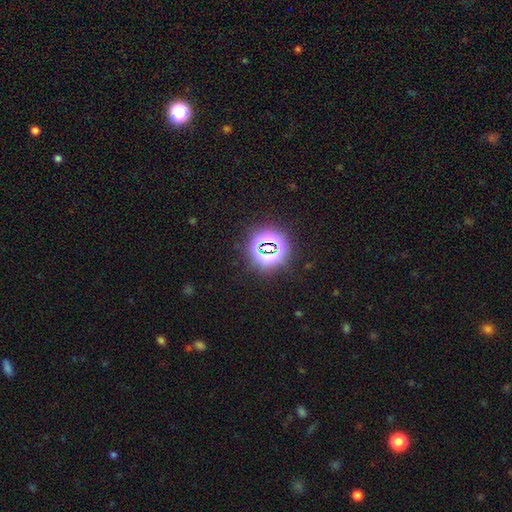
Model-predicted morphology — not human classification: Smooth or featured?
  - star or artifact: 75% *
  - smooth: 16%
  - featured or disk: 9%